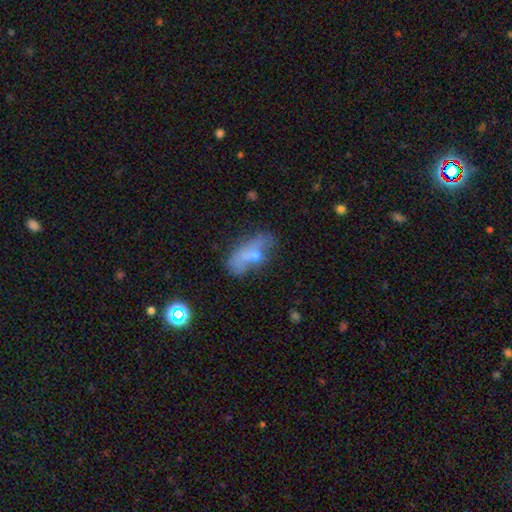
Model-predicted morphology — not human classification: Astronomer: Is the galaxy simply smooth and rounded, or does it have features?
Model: smooth — 52% (runner-up: featured or disk, 35%).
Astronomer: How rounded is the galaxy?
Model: in between — 77%.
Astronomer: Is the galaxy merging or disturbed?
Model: none — 42% (runner-up: minor disturbance, 25%).